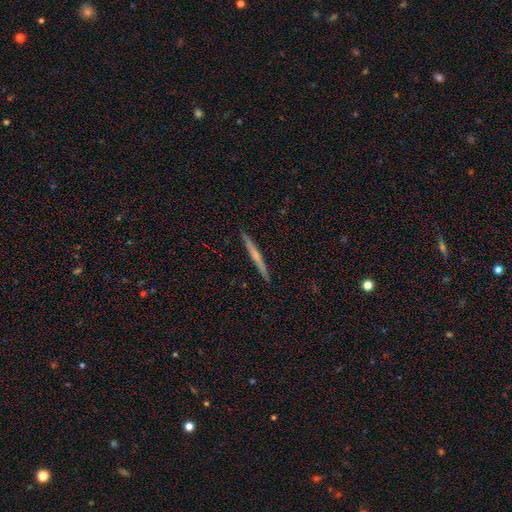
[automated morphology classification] Smooth or featured?
  - featured or disk: 59% *
  - smooth: 35%
  - star or artifact: 6%
Edge-on disk?
  - yes: 98% *
  - no: 2%
Edge-on bulge?
  - rounded: 49% *
  - none: 45%
  - boxy: 5%
Merging?
  - none: 92% *
  - minor disturbance: 6%
  - major disturbance: 1%
  - merger: 1%